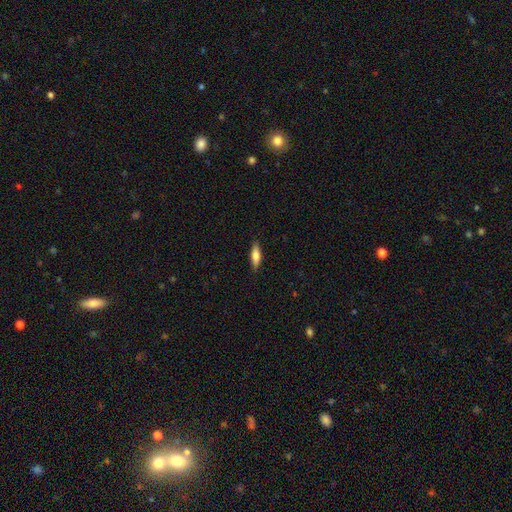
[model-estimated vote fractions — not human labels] A smooth galaxy with no disk features (71%) that is cigar-shaped (57%). Merging: none (87%).